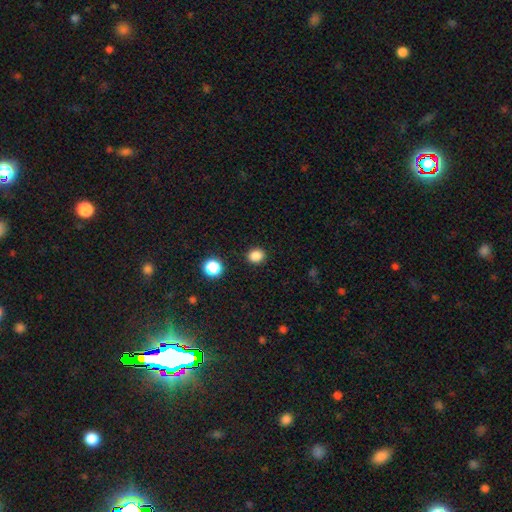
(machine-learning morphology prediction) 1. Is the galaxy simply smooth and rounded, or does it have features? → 85% smooth, 12% star or artifact, 3% featured or disk.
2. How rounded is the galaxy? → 66% round, 33% in between, 1% cigar-shaped.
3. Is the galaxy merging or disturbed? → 89% none, 7% minor disturbance, 2% major disturbance, 2% merger.